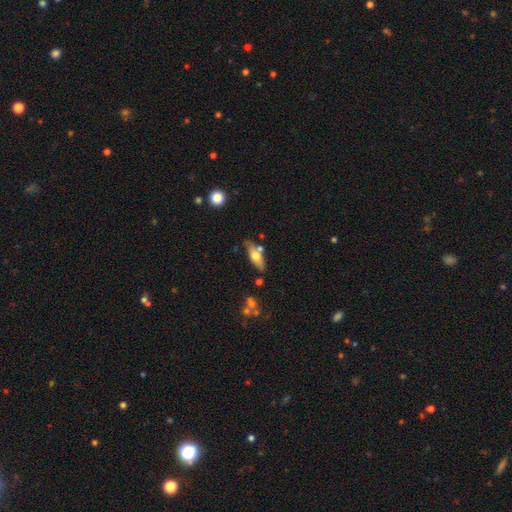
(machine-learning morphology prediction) Overall: smooth (55%; featured or disk 39%). How rounded: in between (62%; cigar-shaped 35%). Merging: none (65%).